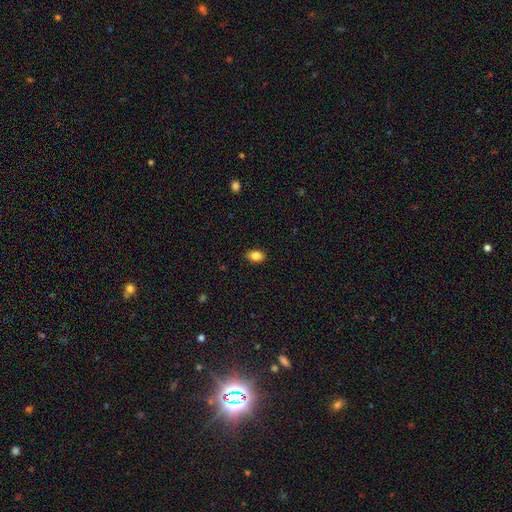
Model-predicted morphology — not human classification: Smooth or featured? Predicted: smooth (p=0.85). How rounded? Predicted: in between (p=0.84). Merging? Predicted: none (p=0.88).